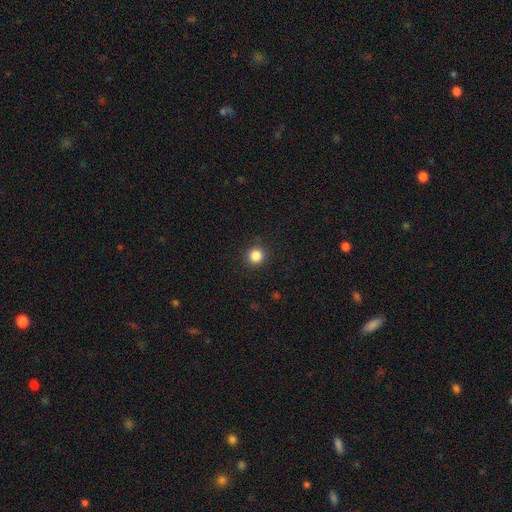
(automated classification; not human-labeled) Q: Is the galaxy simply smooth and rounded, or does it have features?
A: smooth — 84%.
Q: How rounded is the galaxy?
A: round — 94%.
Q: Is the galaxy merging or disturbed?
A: none — 92%.